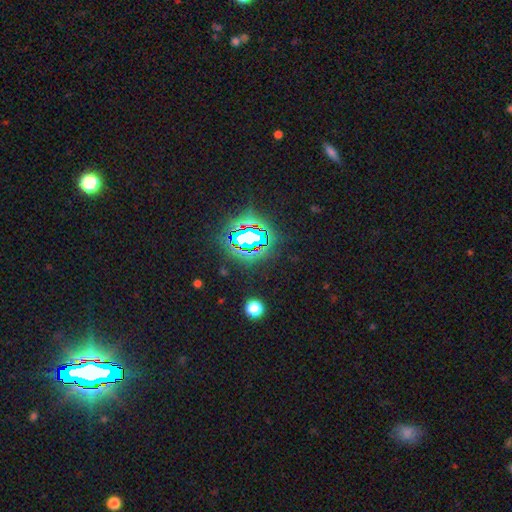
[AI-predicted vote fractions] Morphology: type=star or artifact (85%).